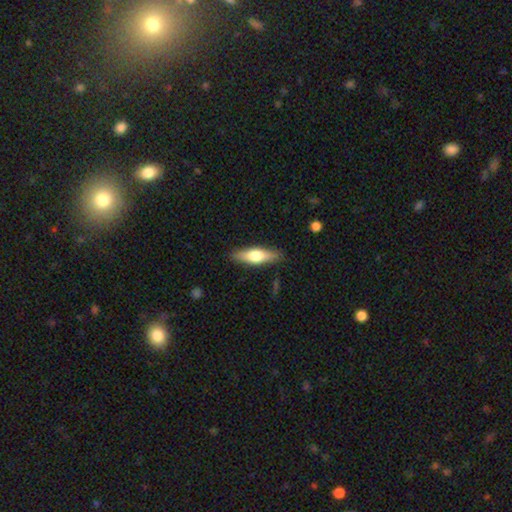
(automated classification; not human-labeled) smooth_or_featured: smooth (p=0.53) [alt: featured or disk p=0.42]
how_rounded: cigar-shaped (p=0.57) [alt: in between p=0.41]
merging: none (p=0.87) [alt: minor disturbance p=0.10]